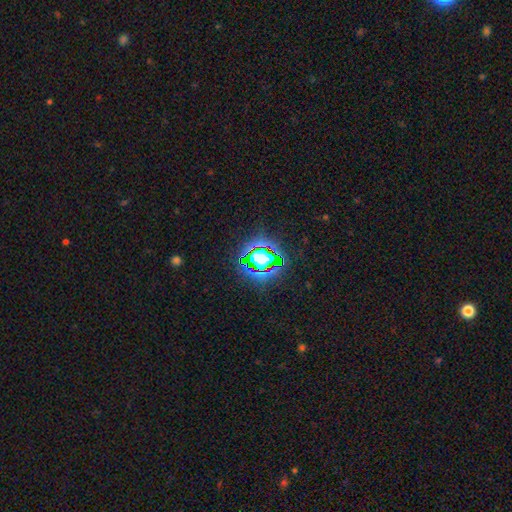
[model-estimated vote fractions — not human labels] The model was most divided on "smooth or featured": star or artifact: 69%, smooth: 19%, featured or disk: 12%.